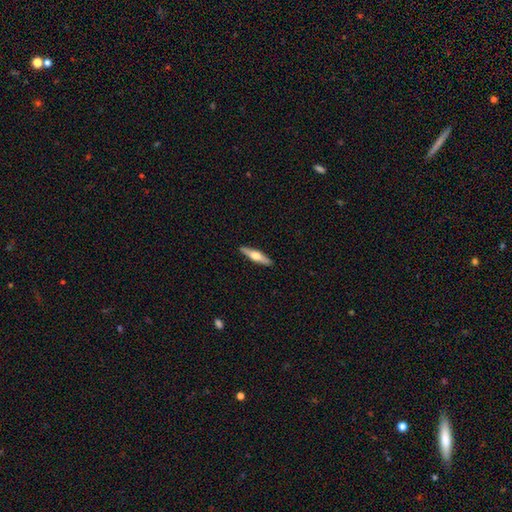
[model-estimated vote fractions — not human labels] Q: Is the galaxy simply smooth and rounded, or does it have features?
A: featured or disk — 53%.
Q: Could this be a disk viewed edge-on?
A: yes — 95%.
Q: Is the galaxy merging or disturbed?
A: none — 91%.